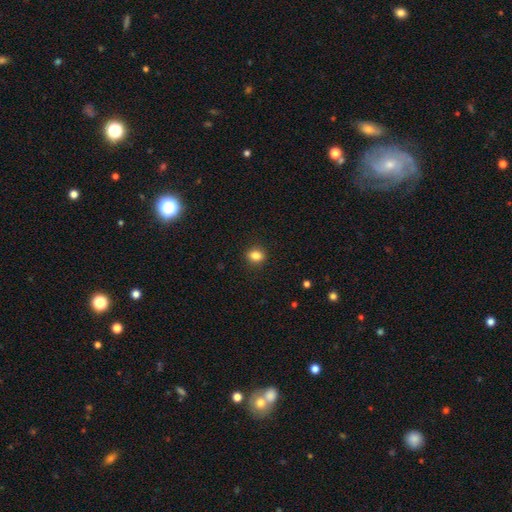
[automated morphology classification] Overall: smooth (84%). How rounded: round (49%, tied with in between). Merging: none (90%).